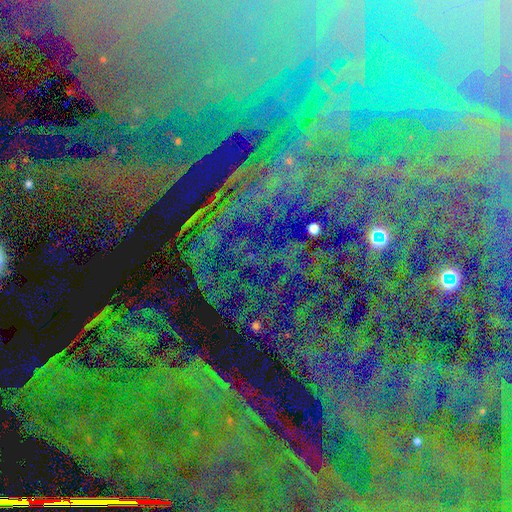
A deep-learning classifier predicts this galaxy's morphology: Smooth or featured: star or artifact — 86% (featured or disk — 8%)